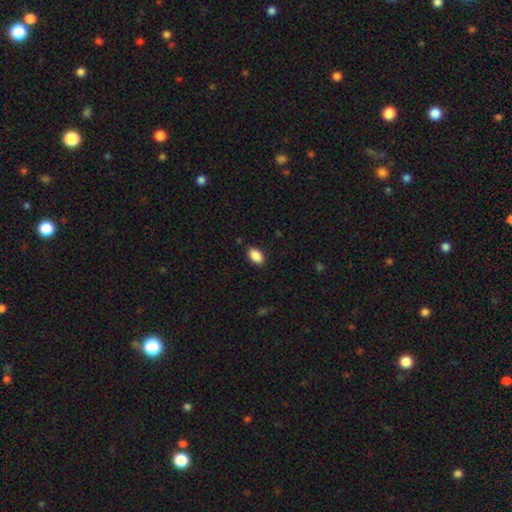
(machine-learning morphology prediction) Smooth or featured?
  - smooth: 90% *
  - star or artifact: 7%
  - featured or disk: 3%
How rounded?
  - in between: 92% *
  - round: 7%
  - cigar-shaped: 1%
Merging?
  - none: 88% *
  - minor disturbance: 9%
  - major disturbance: 2%
  - merger: 1%